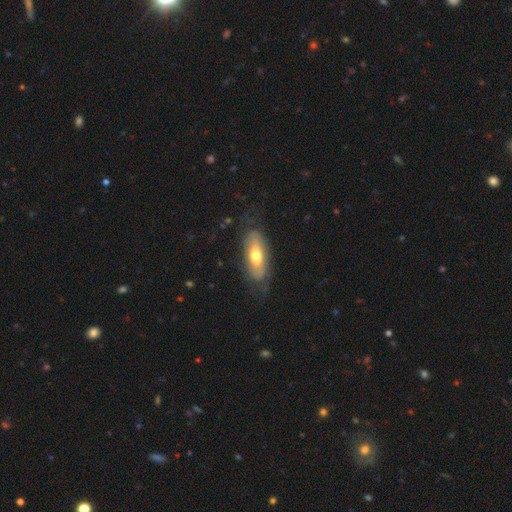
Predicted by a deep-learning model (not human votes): smooth-or-featured: smooth: 49% | featured or disk: 46% | star or artifact: 6%
  merging: none: 68% | minor disturbance: 21% | major disturbance: 10% | merger: 1%